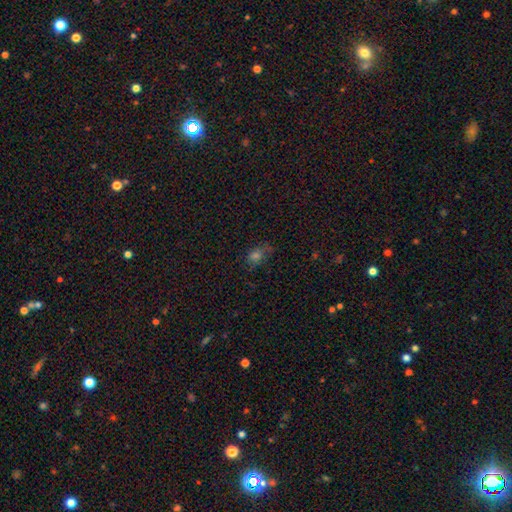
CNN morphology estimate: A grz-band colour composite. It shows a smooth galaxy with no disk features (63%) that is in between round and cigar-shaped (61%). Merging: none (60%).